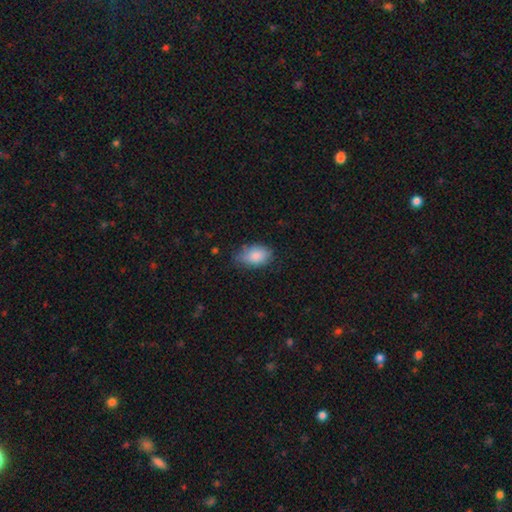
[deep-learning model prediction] The model was most divided on "merging": none: 61%, minor disturbance: 32%, major disturbance: 6%, merger: 2%. More confident: how rounded — in between (90%); smooth or featured — smooth (85%).